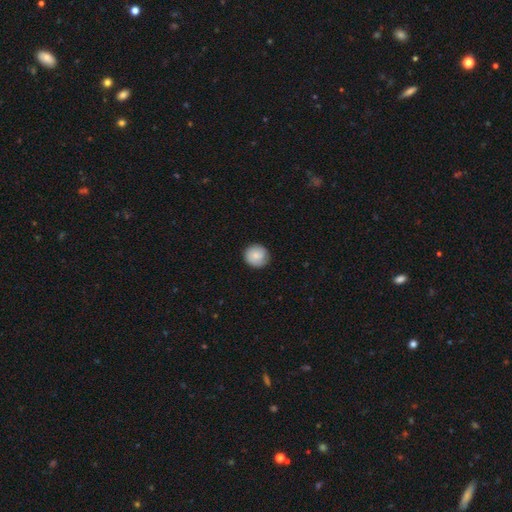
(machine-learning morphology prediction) smooth 76%, featured or disk 17%, star or artifact 7%. Down the decision tree: how rounded — round (92%); merging — none (85%).